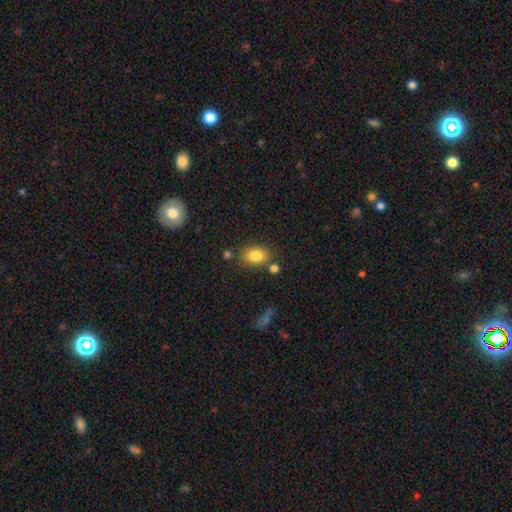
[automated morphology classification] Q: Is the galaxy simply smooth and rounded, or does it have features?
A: smooth — 83%.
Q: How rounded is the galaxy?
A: in between — 75%.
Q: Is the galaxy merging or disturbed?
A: none — 75%.